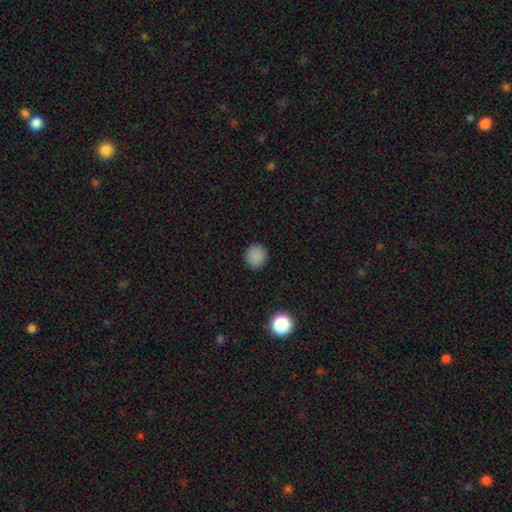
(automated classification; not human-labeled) The model was most divided on "smooth or featured": smooth: 86%, star or artifact: 11%, featured or disk: 3%. More confident: how rounded — round (93%); merging — none (92%).